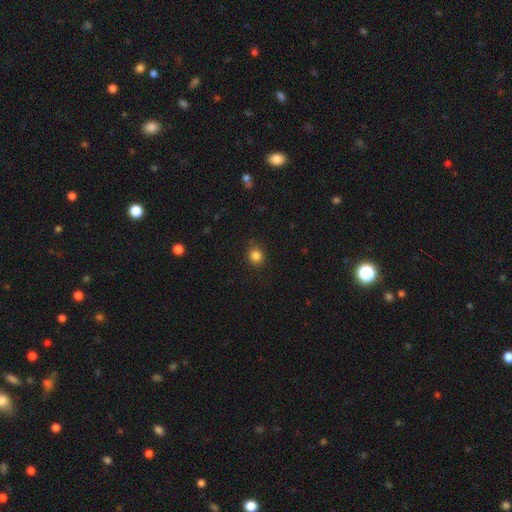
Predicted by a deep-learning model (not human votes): Q: Smooth or featured?
A: smooth (84%); runner-up: star or artifact (12%)
Q: How rounded?
A: round (86%); runner-up: in between (13%)
Q: Merging?
A: none (87%); runner-up: minor disturbance (9%)